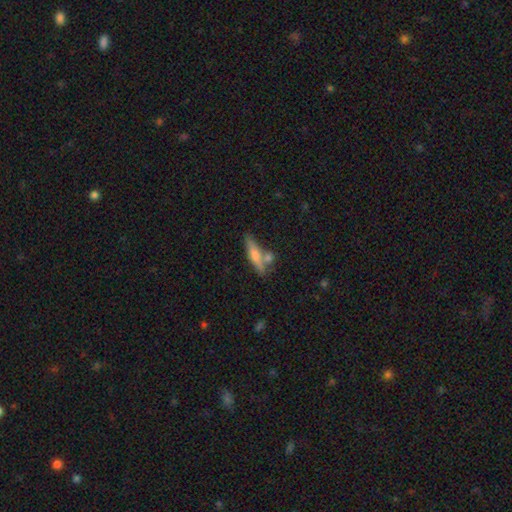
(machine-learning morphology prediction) Smooth or featured?
  - smooth: 59% *
  - featured or disk: 35%
  - star or artifact: 7%
How rounded?
  - cigar-shaped: 77% *
  - in between: 20%
  - round: 3%
Merging?
  - none: 62% *
  - merger: 20%
  - minor disturbance: 14%
  - major disturbance: 4%